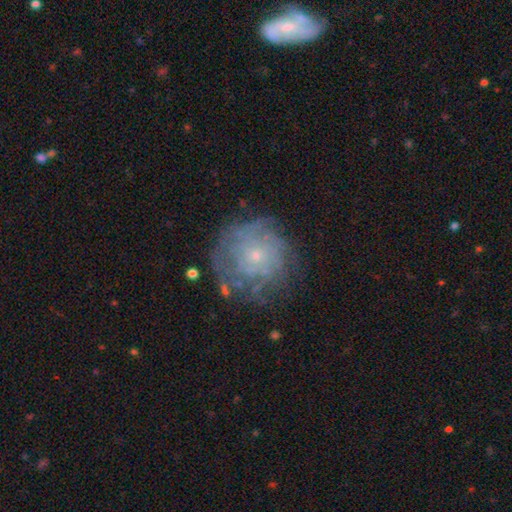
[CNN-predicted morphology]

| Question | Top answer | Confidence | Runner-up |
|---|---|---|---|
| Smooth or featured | featured or disk | 61% | smooth (28%) |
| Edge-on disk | no | 97% | yes (3%) |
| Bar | no | 87% | weak (11%) |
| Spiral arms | yes | 62% | no (38%) |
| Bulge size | small | 79% | moderate (15%) |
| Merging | none | 67% | minor disturbance (19%) |